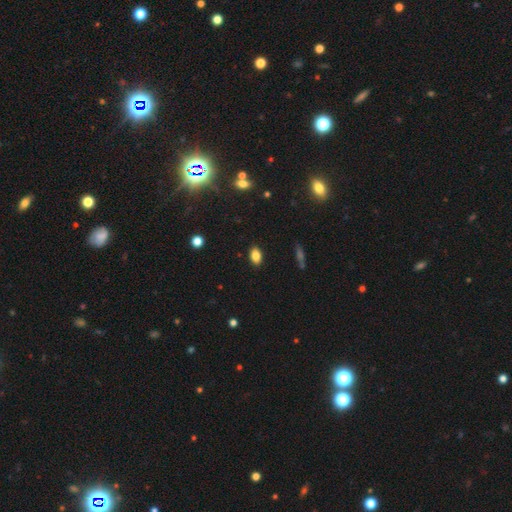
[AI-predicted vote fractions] A smooth galaxy with no disk features (84%) that is in between round and cigar-shaped (88%). Merging: none (89%).